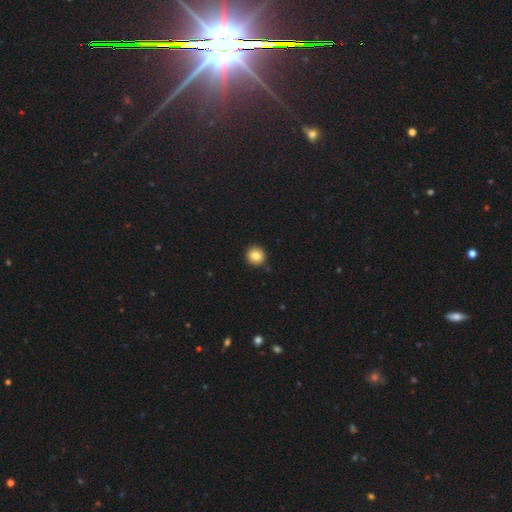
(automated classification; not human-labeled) Smooth or featured: smooth — 85% (star or artifact — 10%)
How rounded: round — 93% (in between — 6%)
Merging: none — 91% (minor disturbance — 7%)